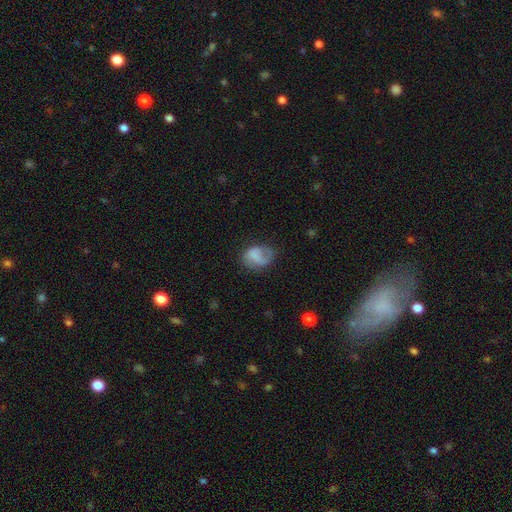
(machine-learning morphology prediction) type=smooth (56%); roundness=in between (61%); merging=none (42%).